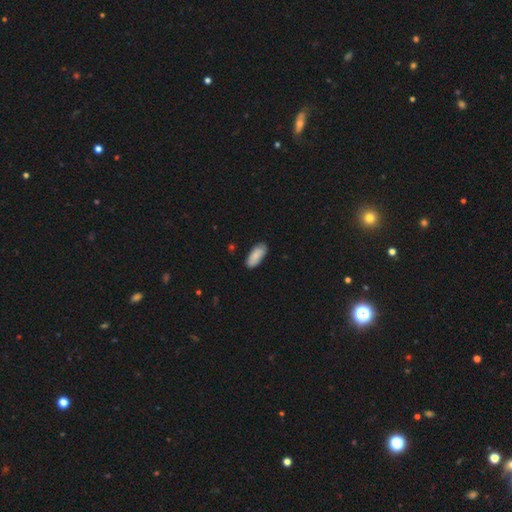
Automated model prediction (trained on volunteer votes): Q: Smooth or featured?
A: smooth (85%); runner-up: featured or disk (9%)
Q: How rounded?
A: in between (86%); runner-up: cigar-shaped (13%)
Q: Merging?
A: none (83%); runner-up: minor disturbance (13%)